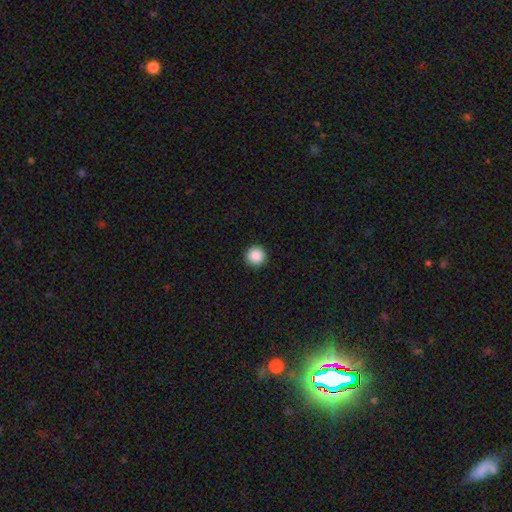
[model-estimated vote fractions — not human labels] Overall: smooth (88%). How rounded: round (96%). Merging: none (93%).